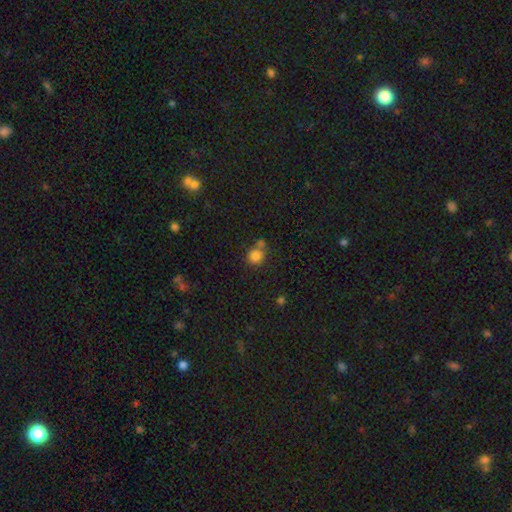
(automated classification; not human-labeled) smooth_or_featured: smooth (p=0.81) [alt: star or artifact p=0.12]
how_rounded: round (p=0.80) [alt: in between p=0.19]
merging: none (p=0.50) [alt: merger p=0.31]